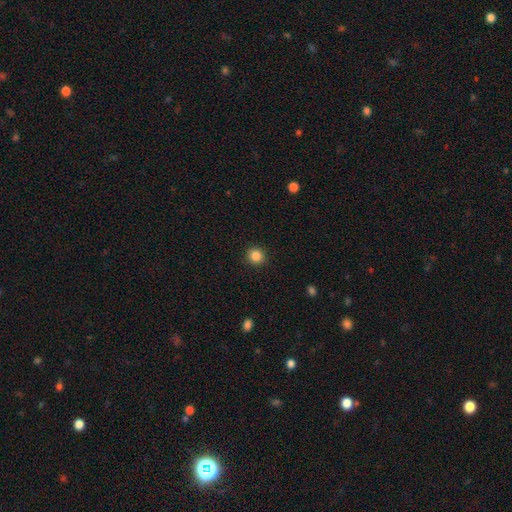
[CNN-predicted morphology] This appears to be a smooth galaxy with no disk features (86%) that is round (89%). Merging: none (92%).